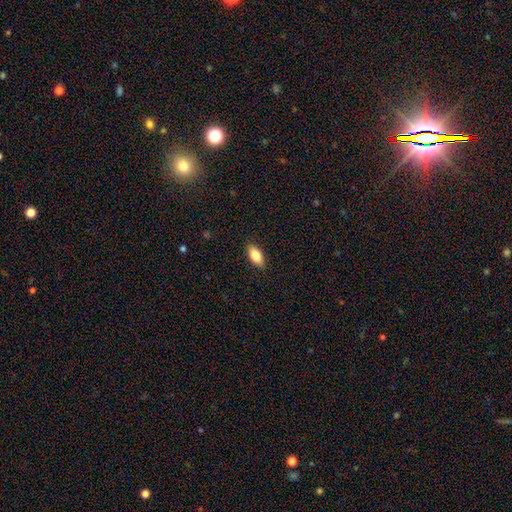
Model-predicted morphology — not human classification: smooth-or-featured: smooth: 81% | featured or disk: 12% | star or artifact: 7%
  how-rounded: in between: 88% | cigar-shaped: 9% | round: 3%
  merging: none: 89% | minor disturbance: 8% | major disturbance: 2% | merger: 1%